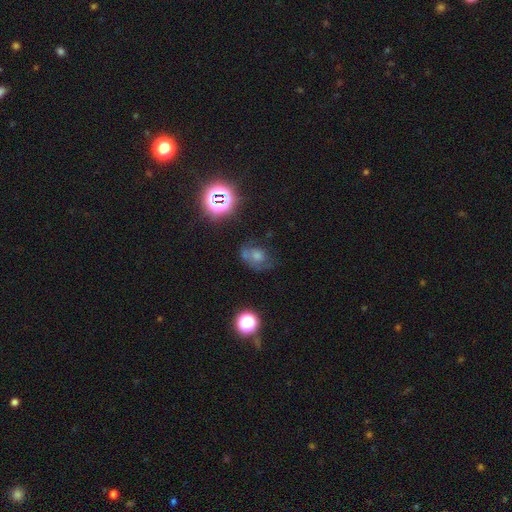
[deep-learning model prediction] Overall: smooth (48%; featured or disk 29%). Merging: none (43%; minor disturbance 25%).